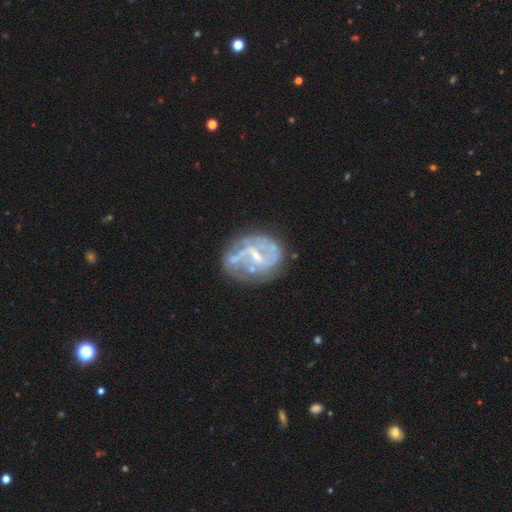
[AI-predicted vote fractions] Morphology: type=featured or disk (81%); edge-on=no (98%); bar=weak (52%); spiral arms=yes (80%); winding=loose (42%); arm count=2 (61%); bulge=small (62%); merging=none (57%).